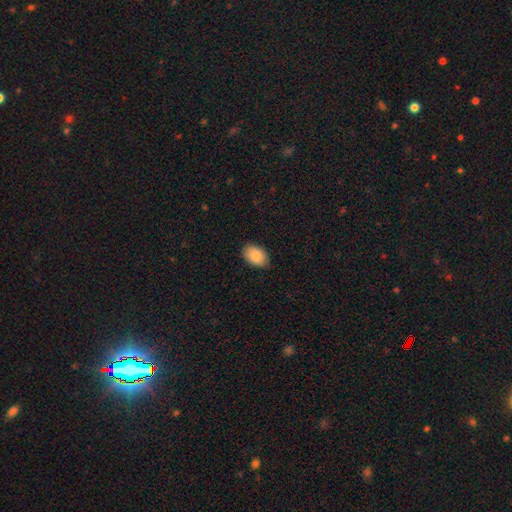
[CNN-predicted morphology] This is clearly a smooth galaxy (87%). How rounded: clearly in between (87%). Merging: clearly none (86%).